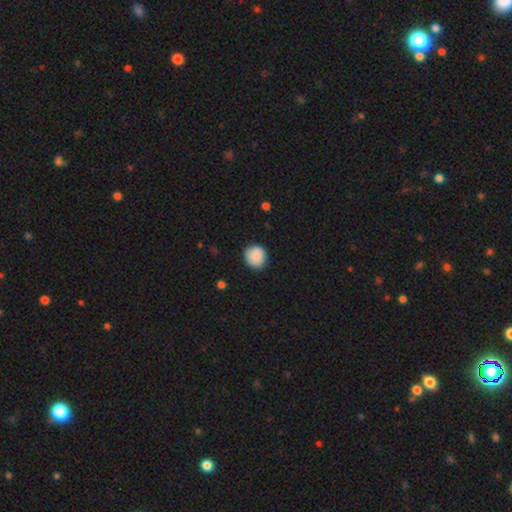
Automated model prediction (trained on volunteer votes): Overall: smooth (86%). How rounded: round (87%). Merging: none (85%).